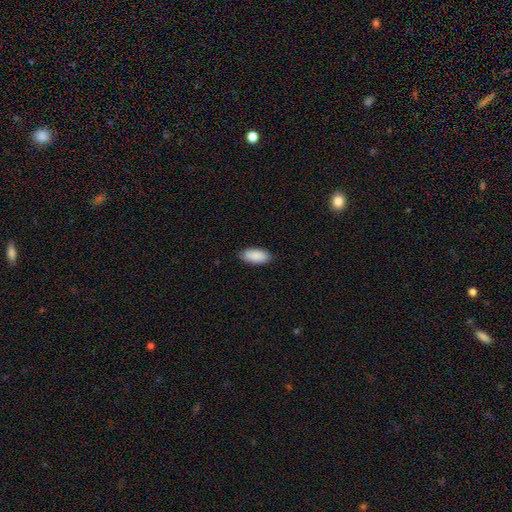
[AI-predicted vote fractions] This appears to be a smooth galaxy with no disk features (90%) that is in between round and cigar-shaped (91%). Merging: none (86%).